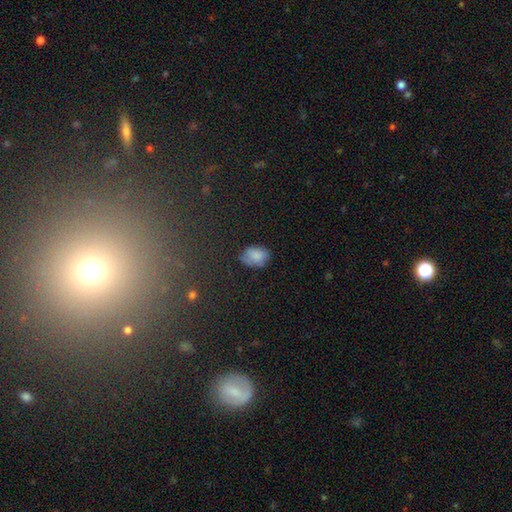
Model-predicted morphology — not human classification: Overall: smooth (83%). How rounded: in between (73%). Merging: none (69%).